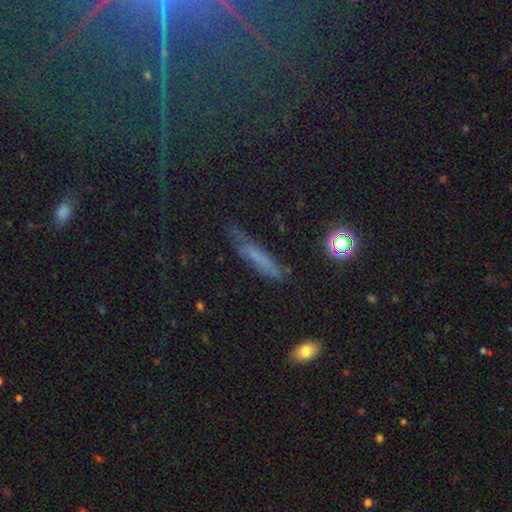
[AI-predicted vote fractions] smooth-or-featured: smooth: 50% | featured or disk: 28% | star or artifact: 22%
  merging: none: 72% | minor disturbance: 20% | major disturbance: 6% | merger: 2%